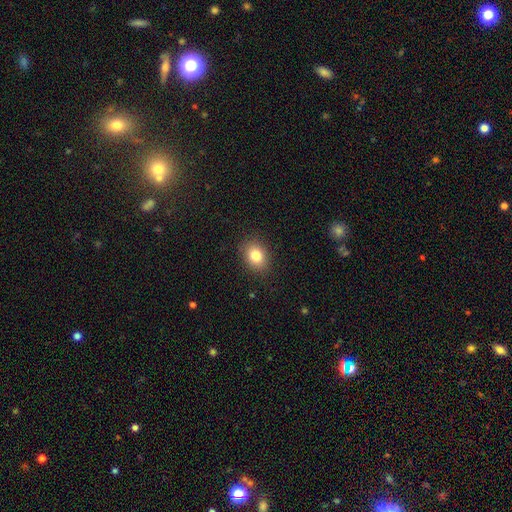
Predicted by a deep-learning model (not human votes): Smooth or featured?
  - smooth: 83% *
  - star or artifact: 10%
  - featured or disk: 7%
How rounded?
  - in between: 54% *
  - round: 45%
  - cigar-shaped: 1%
Merging?
  - none: 87% *
  - minor disturbance: 9%
  - major disturbance: 3%
  - merger: 1%